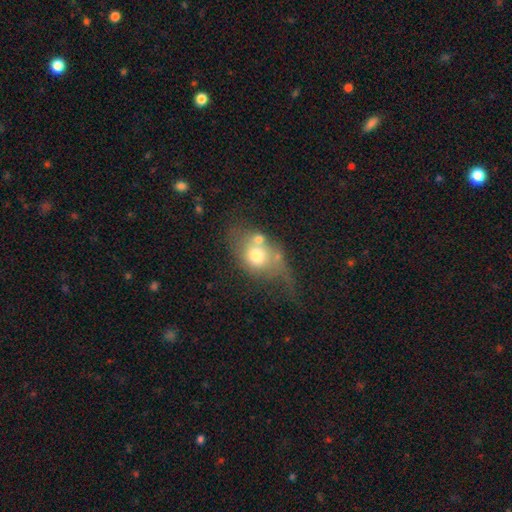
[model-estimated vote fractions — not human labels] Smooth or featured? Predicted: smooth (p=0.56). How rounded? Predicted: in between (p=0.56). Merging? Predicted: major disturbance (p=0.32).